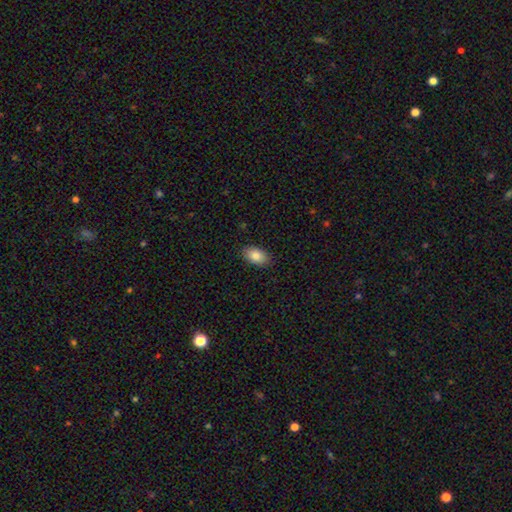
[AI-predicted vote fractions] Smooth or featured?
  - smooth: 85% *
  - featured or disk: 8%
  - star or artifact: 7%
How rounded?
  - in between: 92% *
  - round: 7%
  - cigar-shaped: 1%
Merging?
  - none: 88% *
  - minor disturbance: 9%
  - major disturbance: 2%
  - merger: 1%